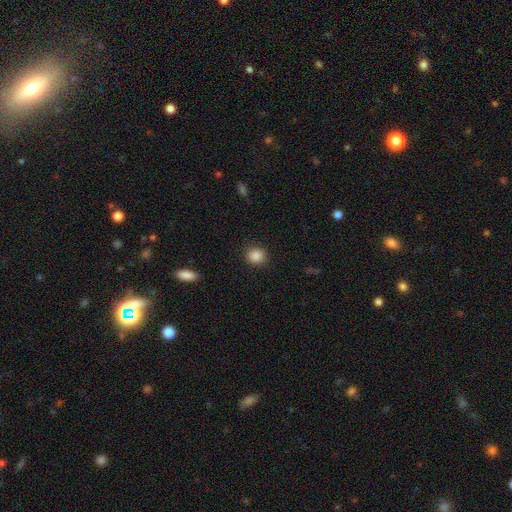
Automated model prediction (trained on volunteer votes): Smooth or featured? Predicted: smooth (p=0.87). How rounded? Predicted: round (p=0.82). Merging? Predicted: none (p=0.89).